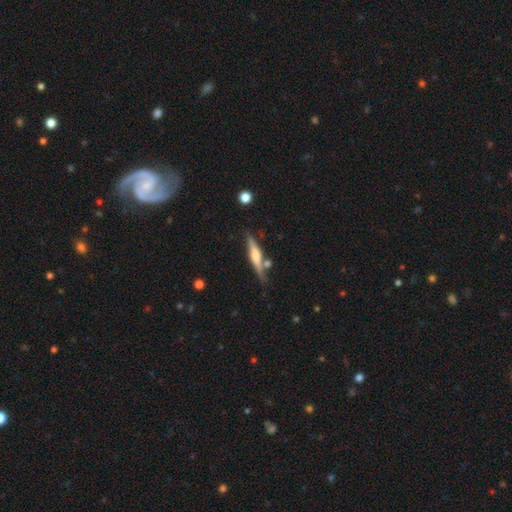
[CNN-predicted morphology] A featured or disk galaxy (63%) viewed edge-on (95%) with a rounded central bulge (78%). Merging: none (71%).